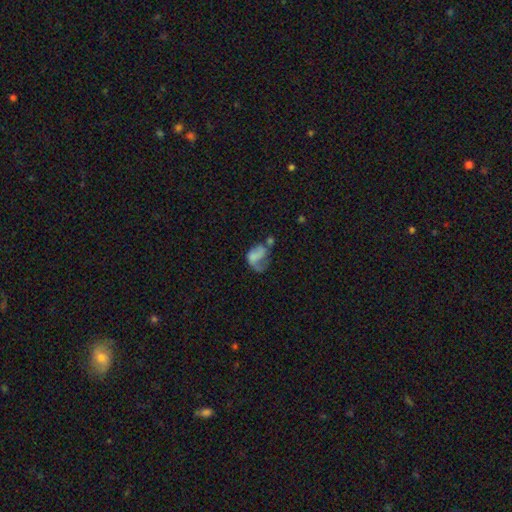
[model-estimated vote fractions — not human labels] Smooth or featured?
  - smooth: 45% *
  - featured or disk: 44%
  - star or artifact: 11%
Merging?
  - major disturbance: 47% *
  - none: 20%
  - minor disturbance: 18%
  - merger: 15%